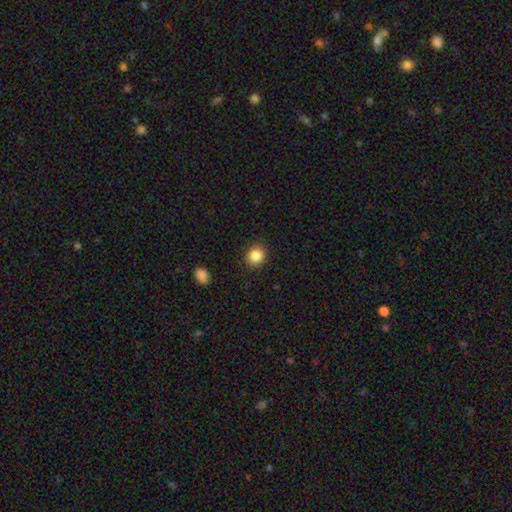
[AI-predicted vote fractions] This is clearly a smooth galaxy (86%). How rounded: likely round (76%). Merging: clearly none (89%).